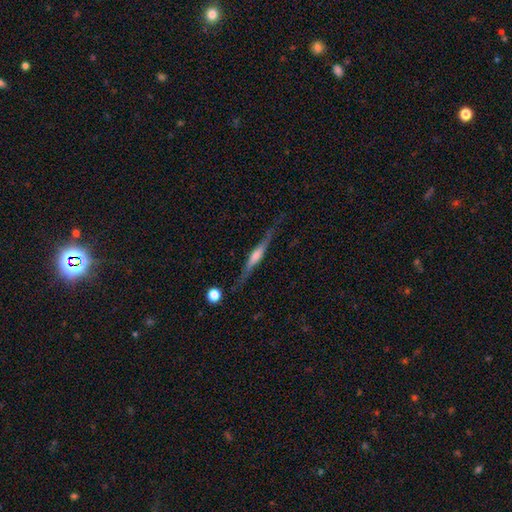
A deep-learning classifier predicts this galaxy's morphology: This is likely a featured or disk galaxy (72%). It is clearly viewed edge-on (96%). Edge-on bulge: likely rounded (63%). Merging: likely none (80%).